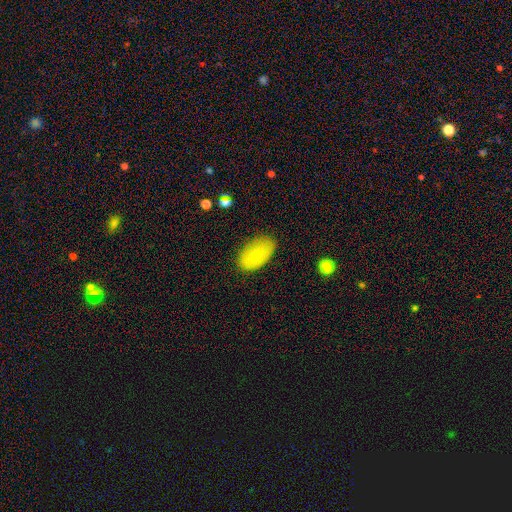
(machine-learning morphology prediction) This appears to be a smooth galaxy with no disk features (78%) that is in between round and cigar-shaped (93%). Merging: none (79%).